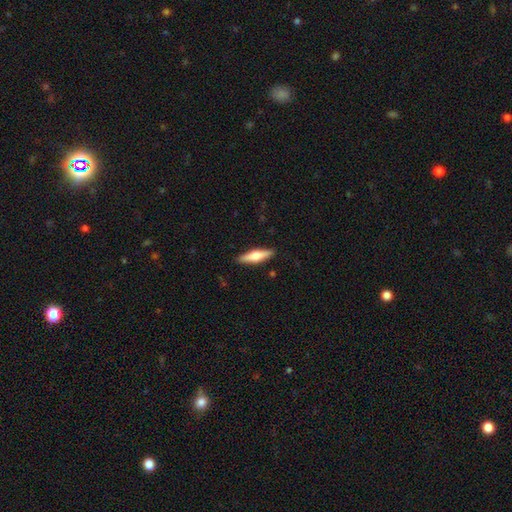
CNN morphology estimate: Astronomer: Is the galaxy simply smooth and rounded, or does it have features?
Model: smooth — 56% (runner-up: featured or disk, 38%).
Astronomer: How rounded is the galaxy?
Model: cigar-shaped — 74%.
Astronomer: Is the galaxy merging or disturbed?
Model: none — 89%.